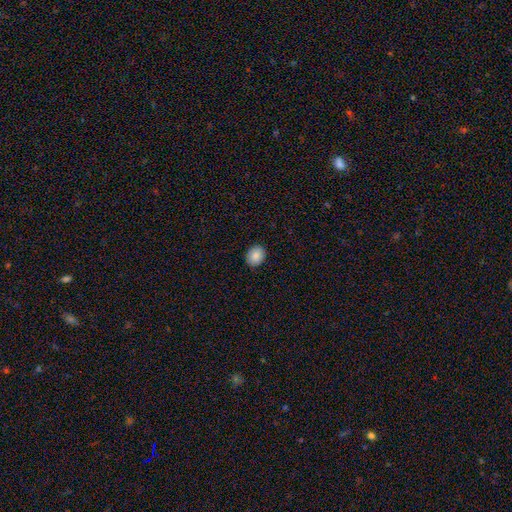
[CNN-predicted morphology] A smooth galaxy with no disk features (88%) that is round (57%).

Vote fractions:
- Smooth or featured? smooth: 88% / star or artifact: 8% / featured or disk: 4%
- How rounded? round: 57% / in between: 42% / cigar-shaped: 1%
- Merging? none: 90% / minor disturbance: 7% / major disturbance: 2% / merger: 1%